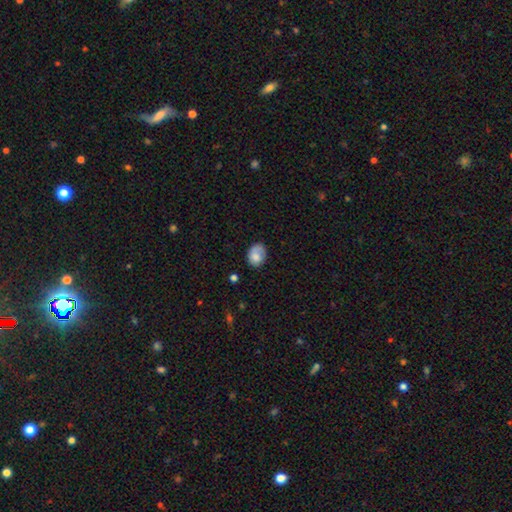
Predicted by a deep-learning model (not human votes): A smooth galaxy with no disk features (78%) that is in between round and cigar-shaped (66%).

Vote fractions:
- Smooth or featured? smooth: 78% / featured or disk: 15% / star or artifact: 7%
- How rounded? in between: 66% / round: 33% / cigar-shaped: 1%
- Merging? none: 58% / minor disturbance: 28% / major disturbance: 11% / merger: 3%